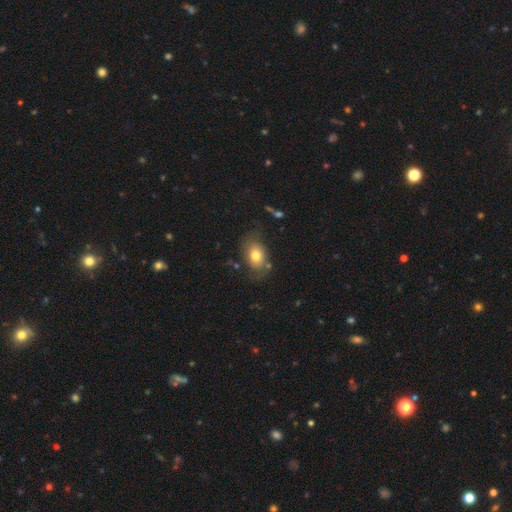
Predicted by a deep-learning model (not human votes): smooth_or_featured: smooth (p=0.68) [alt: featured or disk p=0.23]
how_rounded: in between (p=0.75) [alt: round p=0.23]
merging: none (p=0.64) [alt: minor disturbance p=0.21]